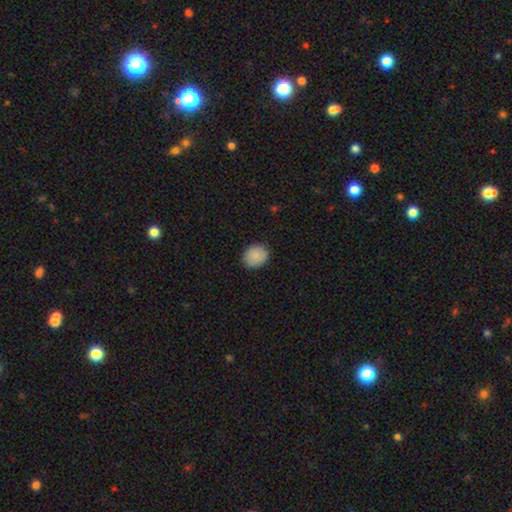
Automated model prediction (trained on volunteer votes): A smooth galaxy with no disk features (87%) that is round (69%).

Vote fractions:
- Smooth or featured? smooth: 87% / star or artifact: 7% / featured or disk: 6%
- How rounded? round: 69% / in between: 30% / cigar-shaped: 1%
- Merging? none: 88% / minor disturbance: 9% / major disturbance: 2% / merger: 1%